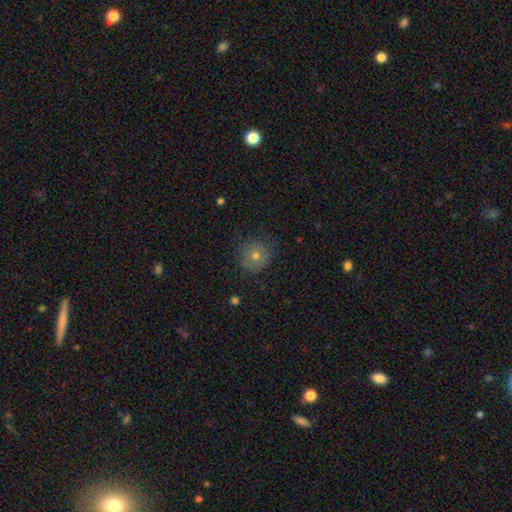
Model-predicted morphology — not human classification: Q: Smooth or featured?
A: smooth (64%); runner-up: featured or disk (22%)
Q: How rounded?
A: round (92%); runner-up: in between (7%)
Q: Merging?
A: none (79%); runner-up: minor disturbance (15%)